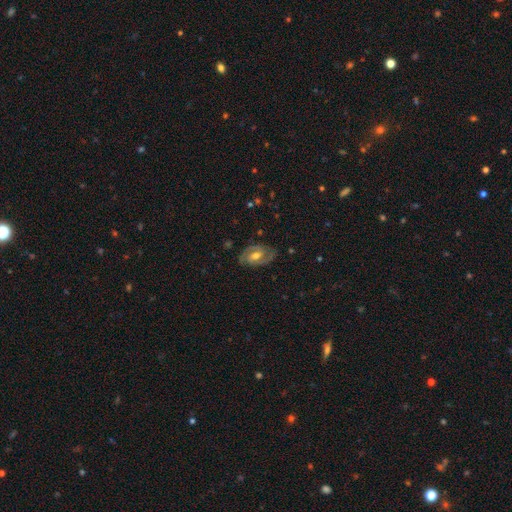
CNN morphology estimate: smooth-or-featured: featured or disk: 83% | smooth: 12% | star or artifact: 6%
  disk-edge-on: no: 96% | yes: 4%
    bar: weak: 49% | no: 34% | strong: 17%
    has-spiral-arms: yes: 94% | no: 6%
      spiral-winding: medium: 45% (tied) | tight: 45% (tied) | loose: 10%
      spiral-arm-count: 2: 90% | can't tell: 5% | 1: 2% | 3: 2% | 4: 1% | more than 4: 1%
    bulge-size: moderate: 69% | small: 18% | large: 10% | none: 2% | dominant: 1%
  merging: none: 80% | minor disturbance: 14% | major disturbance: 4% | merger: 1%